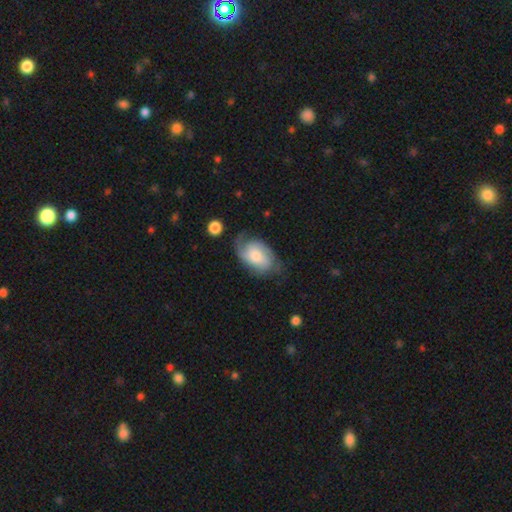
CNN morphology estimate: smooth-or-featured: featured or disk: 60% | smooth: 34% | star or artifact: 6%
  disk-edge-on: no: 96% | yes: 4%
    bar: no: 66% | weak: 29% | strong: 6%
    has-spiral-arms: yes: 89% | no: 11%
      spiral-winding: medium: 41% | tight: 38% | loose: 21%
      spiral-arm-count: 2: 53% | can't tell: 21% | 1: 11% | 3: 10% | 4: 2% | more than 4: 2%
    bulge-size: moderate: 46% | small: 35% | large: 12% | none: 5% | dominant: 2%
  merging: none: 58% | minor disturbance: 27% | major disturbance: 13% | merger: 2%